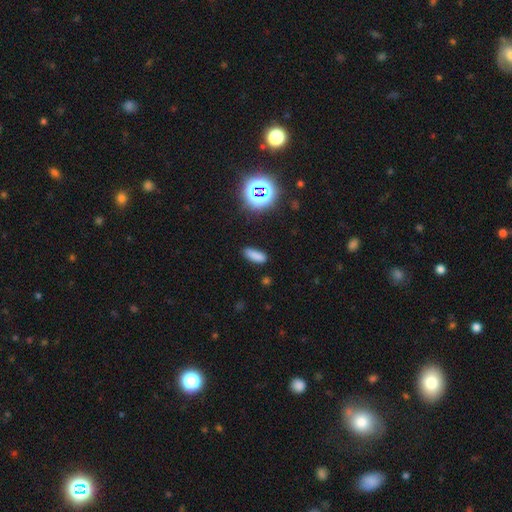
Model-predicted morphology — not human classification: smooth_or_featured: smooth (p=0.78) [alt: star or artifact p=0.16]
how_rounded: in between (p=0.58) [alt: cigar-shaped p=0.39]
merging: none (p=0.81) [alt: minor disturbance p=0.13]